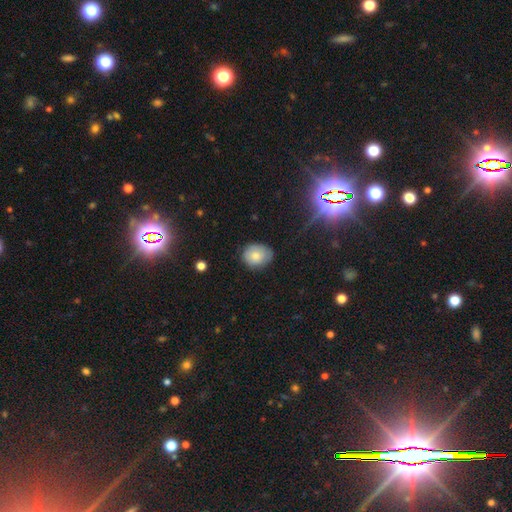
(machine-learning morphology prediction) A smooth galaxy with no disk features (77%) that is round (57%).

Vote fractions:
- Smooth or featured? smooth: 77% / featured or disk: 13% / star or artifact: 10%
- How rounded? round: 57% / in between: 42% / cigar-shaped: 1%
- Merging? none: 73% / minor disturbance: 22% / major disturbance: 4% / merger: 1%